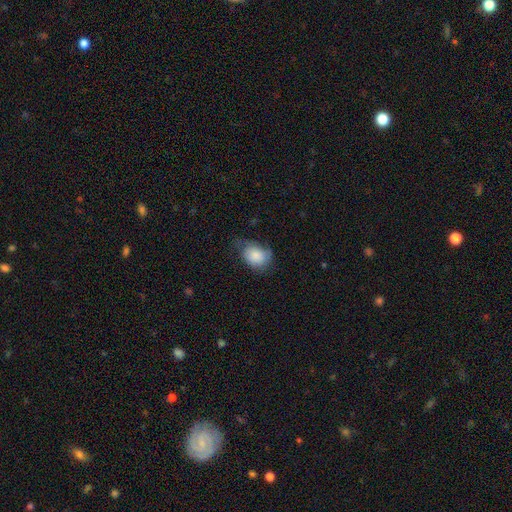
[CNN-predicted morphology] A smooth galaxy with no disk features (82%) that is in between round and cigar-shaped (64%). Merging: none (41%).